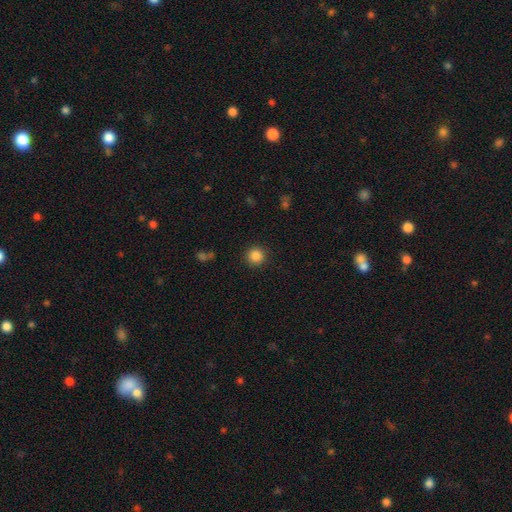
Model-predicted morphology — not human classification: smooth_or_featured: smooth (p=0.86) [alt: star or artifact p=0.10]
how_rounded: round (p=0.94) [alt: in between p=0.05]
merging: none (p=0.90) [alt: minor disturbance p=0.06]